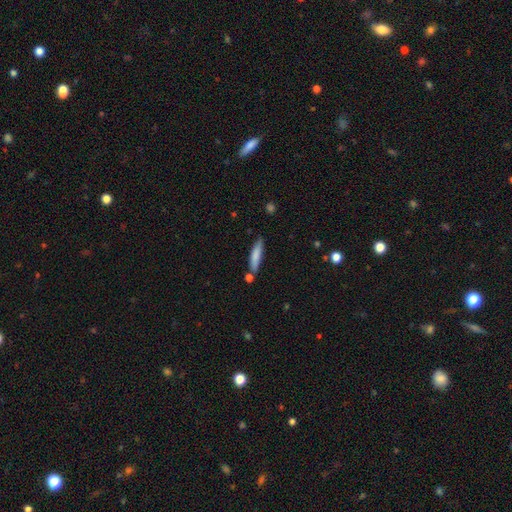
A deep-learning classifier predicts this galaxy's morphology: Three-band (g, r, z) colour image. It shows a smooth galaxy with no disk features (78%) that is cigar-shaped (81%). Merging: none (71%).